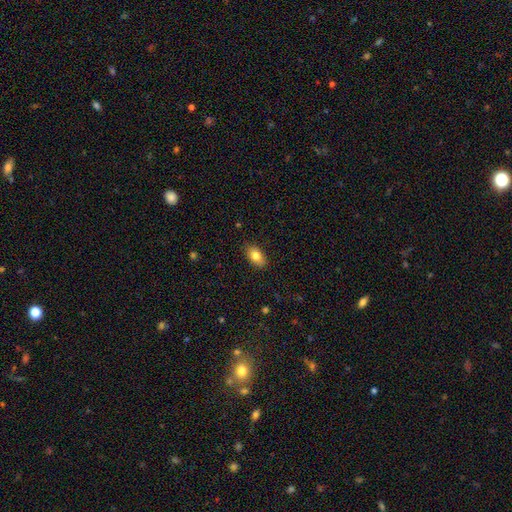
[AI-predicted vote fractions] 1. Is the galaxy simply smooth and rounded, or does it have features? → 81% smooth, 12% featured or disk, 8% star or artifact.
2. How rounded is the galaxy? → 89% in between, 8% round, 3% cigar-shaped.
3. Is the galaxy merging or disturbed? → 86% none, 11% minor disturbance, 2% major disturbance, 1% merger.